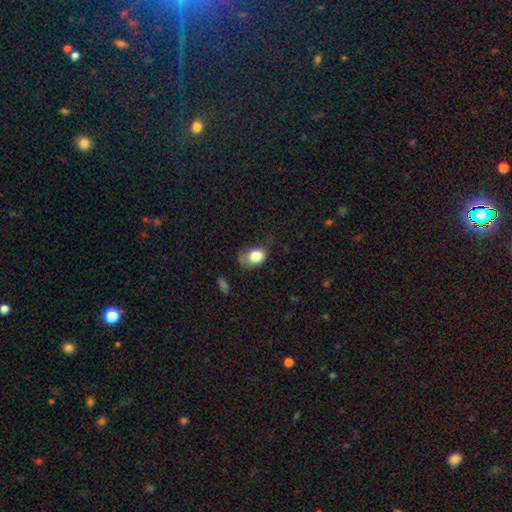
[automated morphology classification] smooth 79%, featured or disk 13%, star or artifact 9%. Down the decision tree: how rounded — in between (61%); merging — minor disturbance (35%).